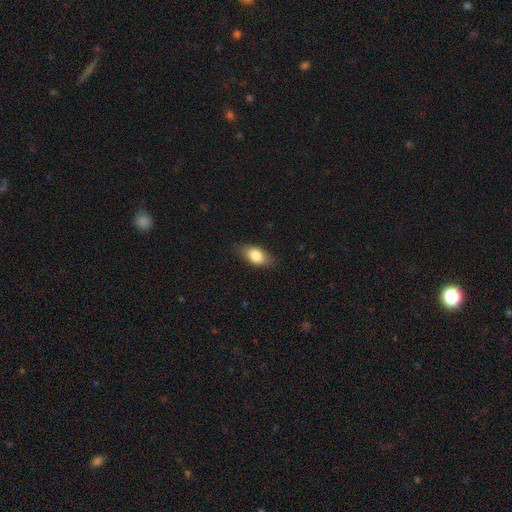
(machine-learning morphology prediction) A smooth galaxy with no disk features (83%) that is in between round and cigar-shaped (88%).

Vote fractions:
- Smooth or featured? smooth: 83% / featured or disk: 10% / star or artifact: 7%
- How rounded? in between: 88% / round: 6% / cigar-shaped: 5%
- Merging? none: 82% / minor disturbance: 14% / major disturbance: 3% / merger: 1%